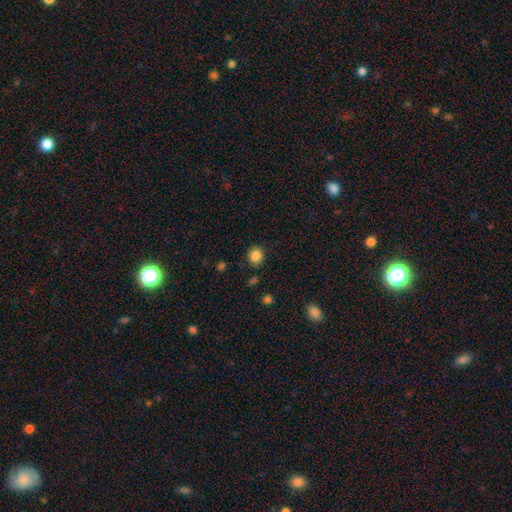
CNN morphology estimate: Smooth or featured?
  - smooth: 86% *
  - star or artifact: 11%
  - featured or disk: 4%
How rounded?
  - round: 81% *
  - in between: 18%
  - cigar-shaped: 1%
Merging?
  - none: 85% *
  - minor disturbance: 10%
  - major disturbance: 3%
  - merger: 2%